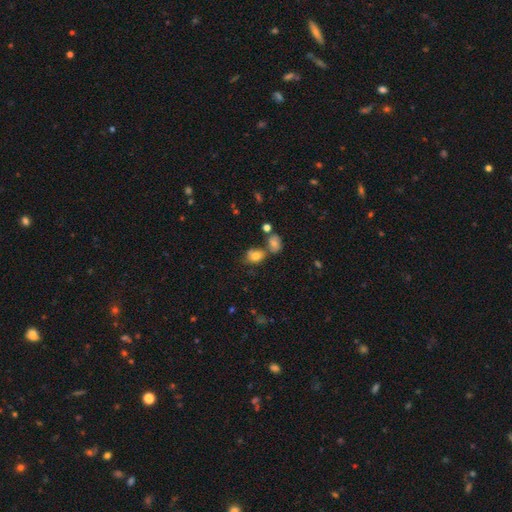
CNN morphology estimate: Smooth or featured: smooth — 75% (featured or disk — 13%)
How rounded: in between — 55% (round — 43%)
Merging: none — 46% (merger — 31%)